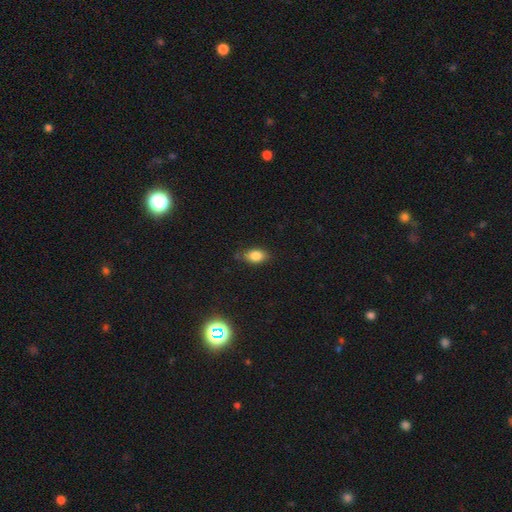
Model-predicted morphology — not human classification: Smooth or featured: smooth — 82% (star or artifact — 10%)
How rounded: in between — 87% (round — 10%)
Merging: none — 78% (minor disturbance — 17%)